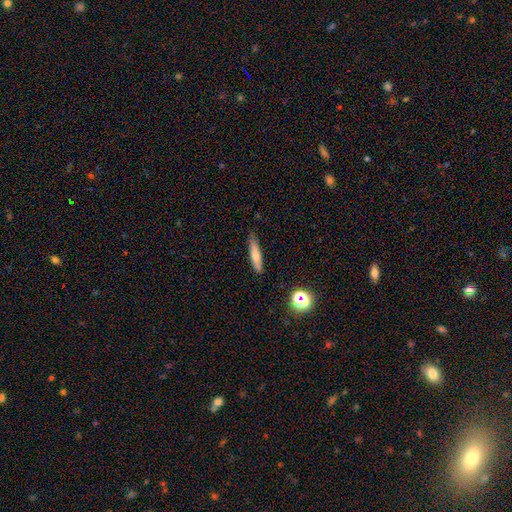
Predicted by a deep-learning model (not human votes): This is likely a smooth galaxy (65%). How rounded: clearly cigar-shaped (84%). Merging: likely none (77%).